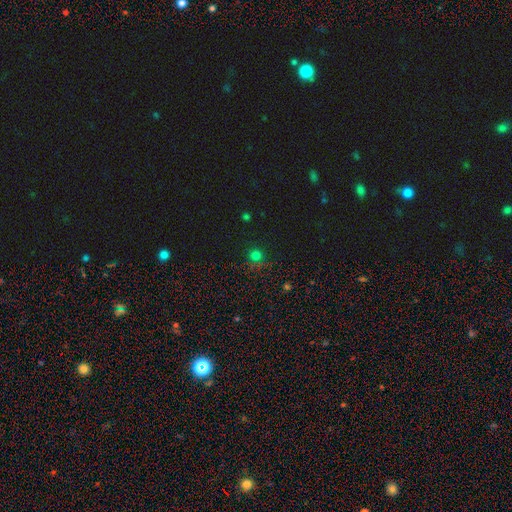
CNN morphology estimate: type=smooth (66%); roundness=round (92%); merging=none (81%).